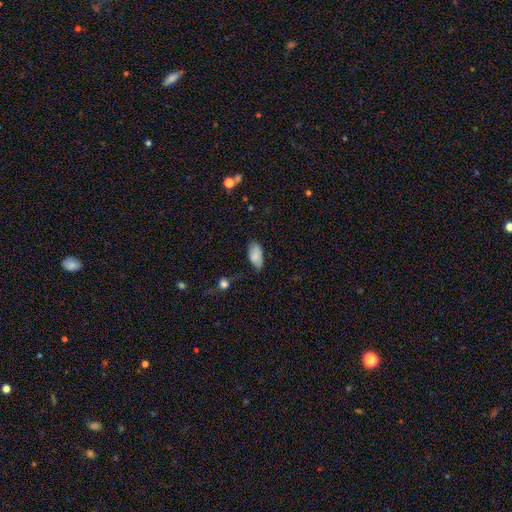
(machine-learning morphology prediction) A smooth galaxy with no disk features (82%) that is in between round and cigar-shaped (94%).

Vote fractions:
- Smooth or featured? smooth: 82% / featured or disk: 11% / star or artifact: 7%
- How rounded? in between: 94% / cigar-shaped: 3% / round: 3%
- Merging? none: 64% / minor disturbance: 27% / major disturbance: 6% / merger: 3%